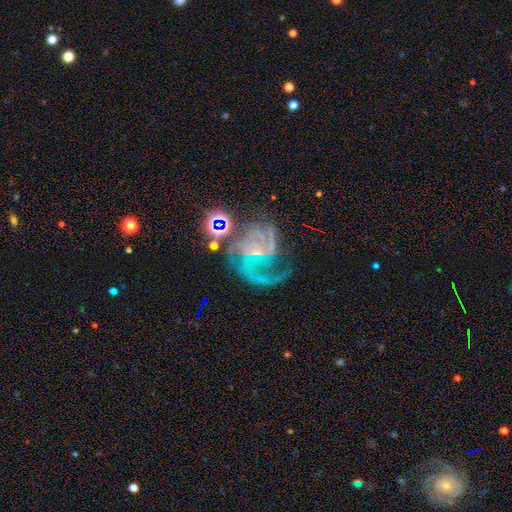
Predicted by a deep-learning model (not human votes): Morphology: type=featured or disk (85%); edge-on=no (98%); bar=weak (43%); spiral arms=yes (97%); winding=medium (51%); arm count=2 (31%); bulge=small (79%); merging=none (46%).